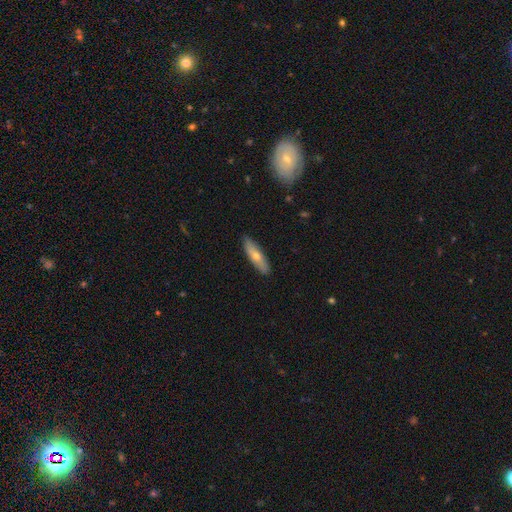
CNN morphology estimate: type=smooth (57%); roundness=cigar-shaped (66%); merging=none (88%).